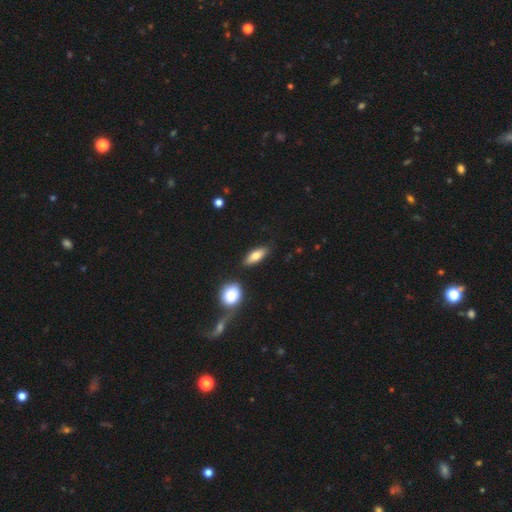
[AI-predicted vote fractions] smooth 76%, featured or disk 17%, star or artifact 7%. Down the decision tree: how rounded — in between (73%); merging — none (81%).